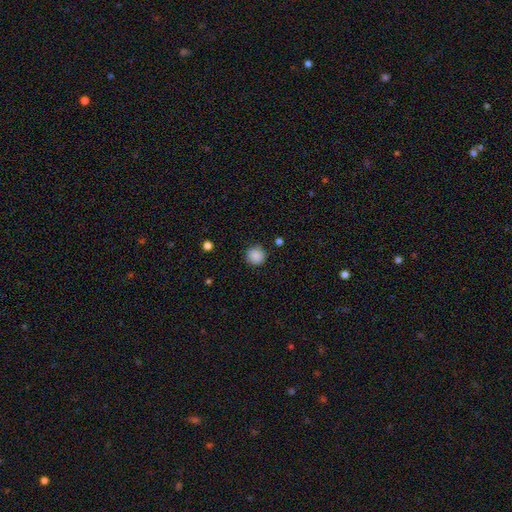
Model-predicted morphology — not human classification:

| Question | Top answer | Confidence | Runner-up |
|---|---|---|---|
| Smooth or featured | smooth | 87% | star or artifact (9%) |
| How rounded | round | 93% | in between (6%) |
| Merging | none | 85% | minor disturbance (10%) |